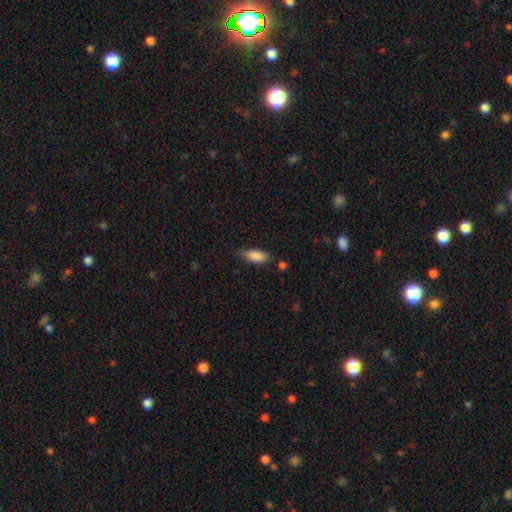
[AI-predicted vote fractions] smooth_or_featured: smooth (p=0.85) [alt: featured or disk p=0.08]
how_rounded: in between (p=0.82) [alt: cigar-shaped p=0.15]
merging: none (p=0.62) [alt: minor disturbance p=0.28]